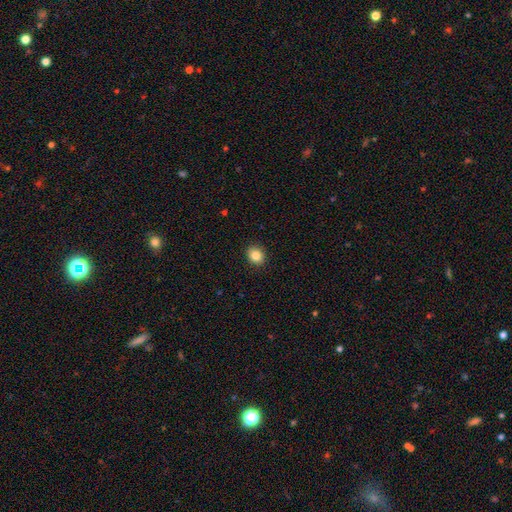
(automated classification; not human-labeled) smooth 85%, star or artifact 10%, featured or disk 6%. Down the decision tree: how rounded — round (64%); merging — none (91%).